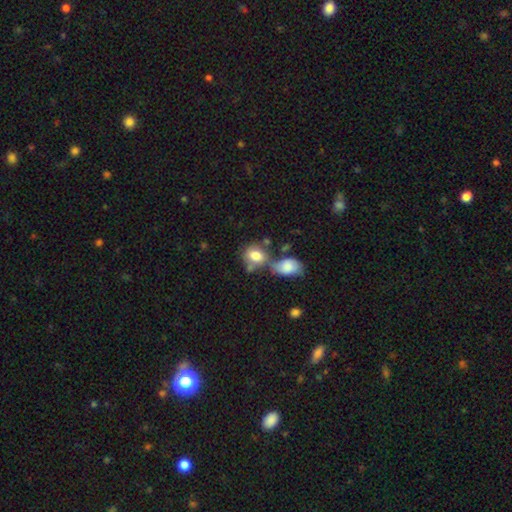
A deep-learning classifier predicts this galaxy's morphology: Smooth or featured: smooth — 79% (featured or disk — 13%)
How rounded: in between — 57% (round — 41%)
Merging: merger — 42% (none — 35%)